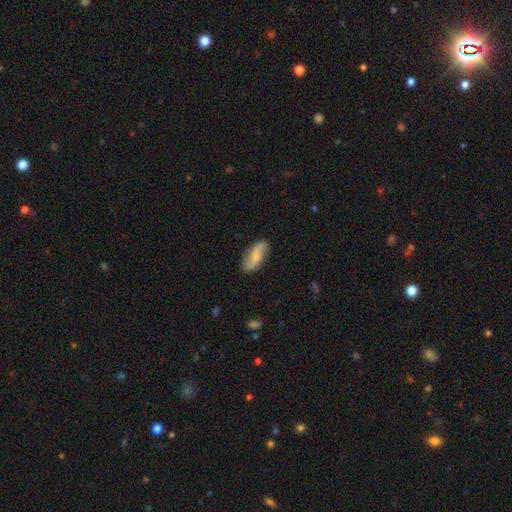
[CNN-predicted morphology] This appears to be a featured or disk galaxy (61%) with no bar (52%), 2 (91%) loose (72%) spiral arms (93%) and a small central bulge (43%). Merging: none (79%).